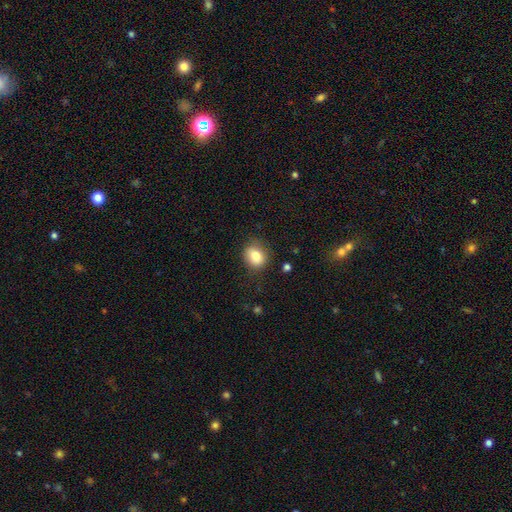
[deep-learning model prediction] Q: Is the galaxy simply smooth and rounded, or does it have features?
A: smooth — 80%.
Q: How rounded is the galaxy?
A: round — 61%.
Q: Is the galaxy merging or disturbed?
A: none — 79%.